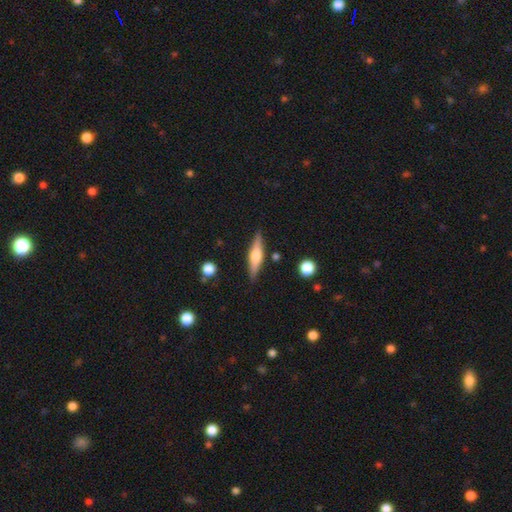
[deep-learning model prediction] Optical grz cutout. It shows a featured or disk galaxy (57%) viewed edge-on (95%) with a rounded central bulge (83%). Merging: none (86%).